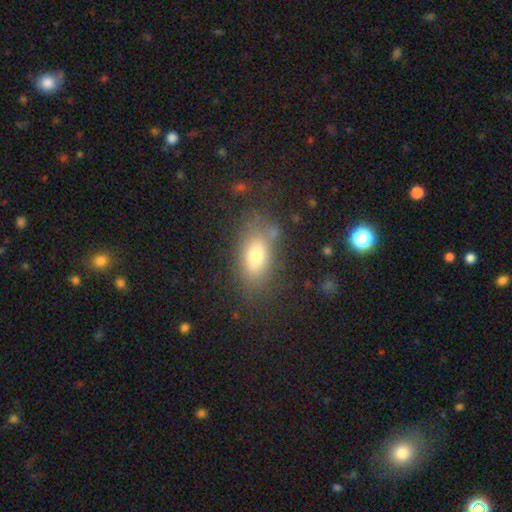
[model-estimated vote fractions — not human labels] Overall: smooth (73%). How rounded: in between (84%). Merging: none (73%).